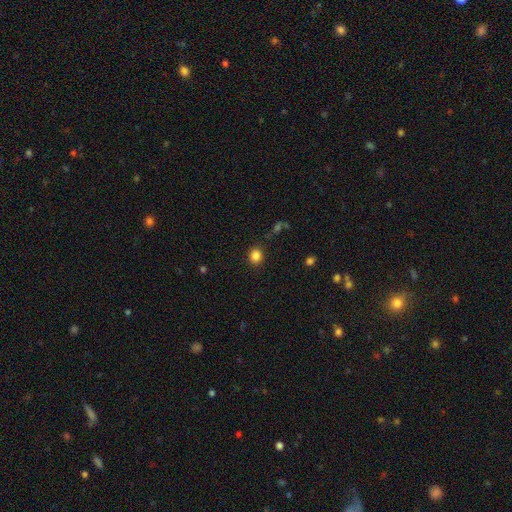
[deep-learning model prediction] Overall: smooth (84%). How rounded: round (82%). Merging: none (88%).